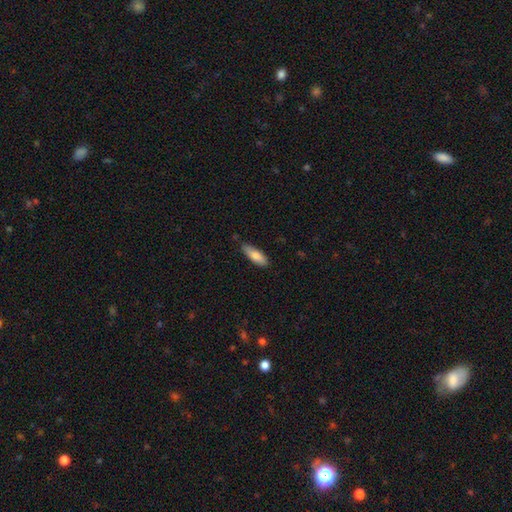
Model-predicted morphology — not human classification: smooth-or-featured: smooth: 81% | featured or disk: 13% | star or artifact: 6%
  how-rounded: in between: 64% | cigar-shaped: 34% | round: 2%
  merging: none: 74% | minor disturbance: 21% | major disturbance: 3% | merger: 2%